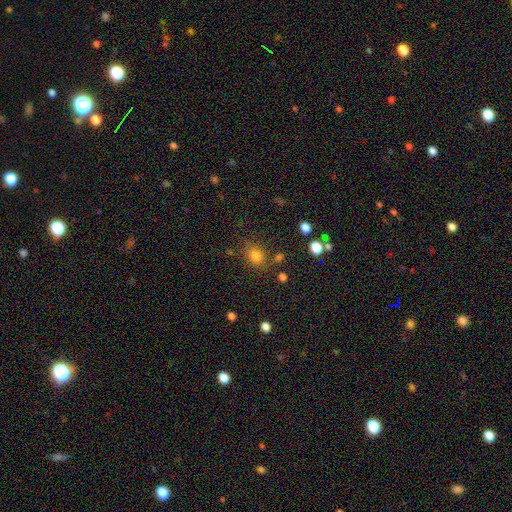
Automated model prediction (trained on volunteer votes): The model was most divided on "how rounded": round: 63%, in between: 36%, cigar-shaped: 1%. More confident: smooth or featured — smooth (79%); merging — none (75%).